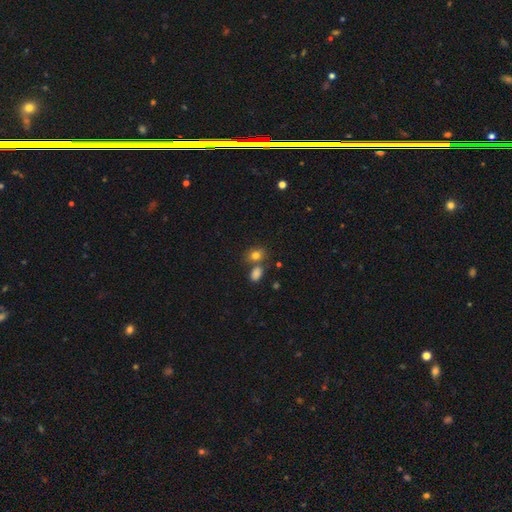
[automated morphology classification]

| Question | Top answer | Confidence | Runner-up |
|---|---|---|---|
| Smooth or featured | smooth | 80% | star or artifact (12%) |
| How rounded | in between | 61% | round (37%) |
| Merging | none | 56% | merger (27%) |